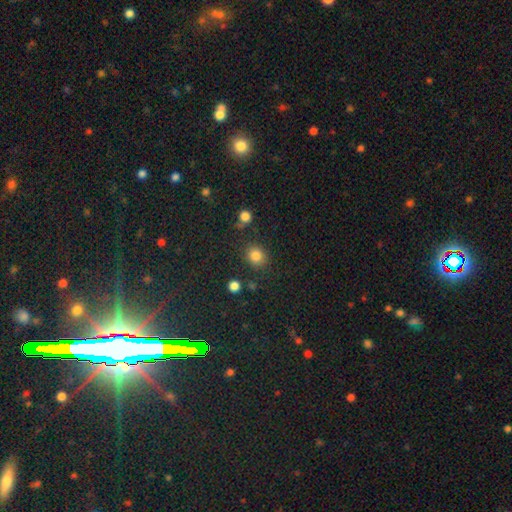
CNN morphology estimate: This appears to be a smooth galaxy with no disk features (83%) that is round (76%). Merging: none (81%).